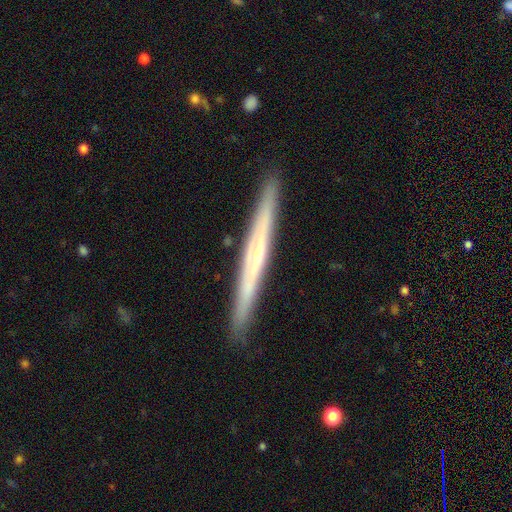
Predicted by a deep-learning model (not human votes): A featured or disk galaxy (67%) viewed edge-on (96%) with no central bulge (50%). Merging: none (91%).